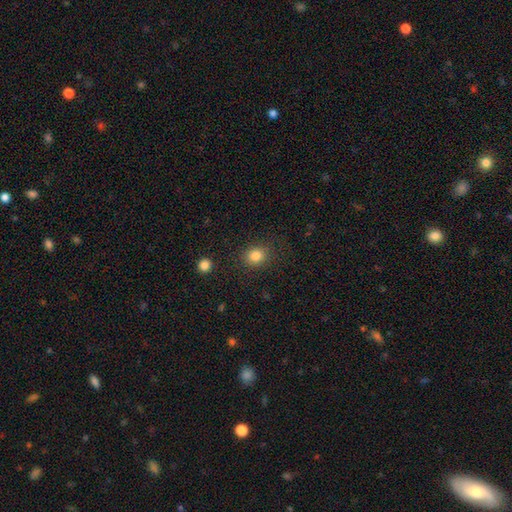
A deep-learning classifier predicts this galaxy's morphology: smooth-or-featured: smooth: 84% | star or artifact: 11% | featured or disk: 5%
  how-rounded: round: 69% | in between: 30% | cigar-shaped: 1%
  merging: none: 85% | minor disturbance: 10% | major disturbance: 4% | merger: 2%